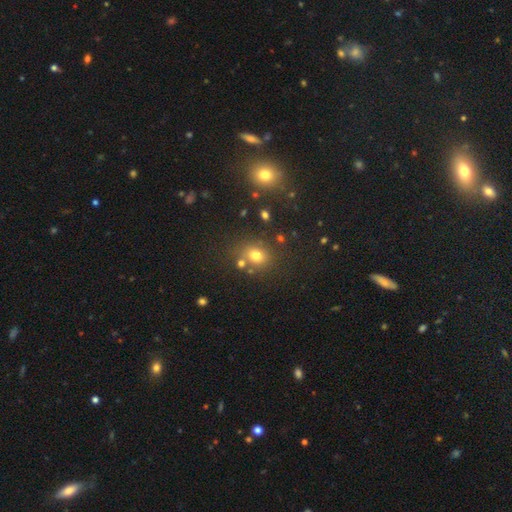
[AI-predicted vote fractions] A smooth galaxy with no disk features (72%) that is round (64%). Merging: none (71%).